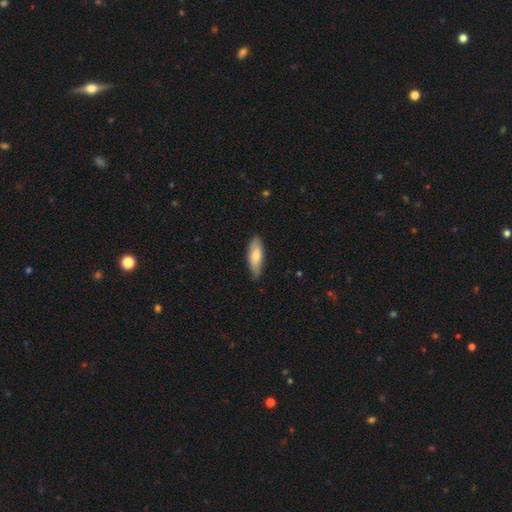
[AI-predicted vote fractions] A smooth galaxy with no disk features (74%) that is in between round and cigar-shaped (63%). Merging: none (81%).